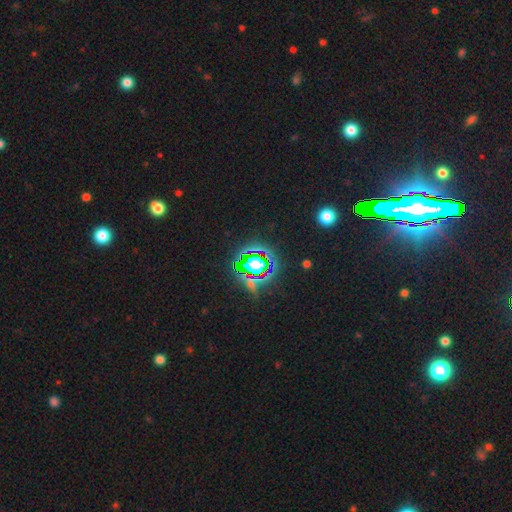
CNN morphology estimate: This appears to be a star or artifact, not a galaxy (80%).